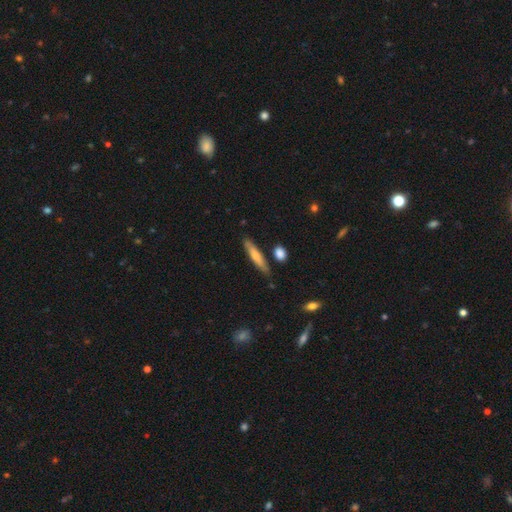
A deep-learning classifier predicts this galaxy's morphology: Overall: smooth (60%; featured or disk 34%). How rounded: cigar-shaped (87%). Merging: none (81%).